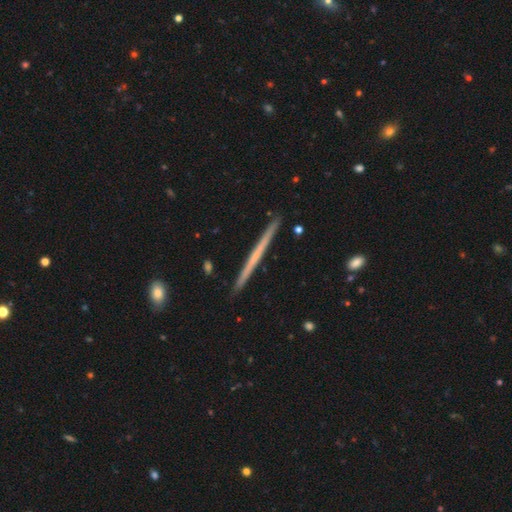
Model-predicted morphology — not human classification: featured or disk 59%, smooth 35%, star or artifact 5%. Down the decision tree: edge-on disk — yes (98%); edge-on bulge — none (86%); merging — none (92%).